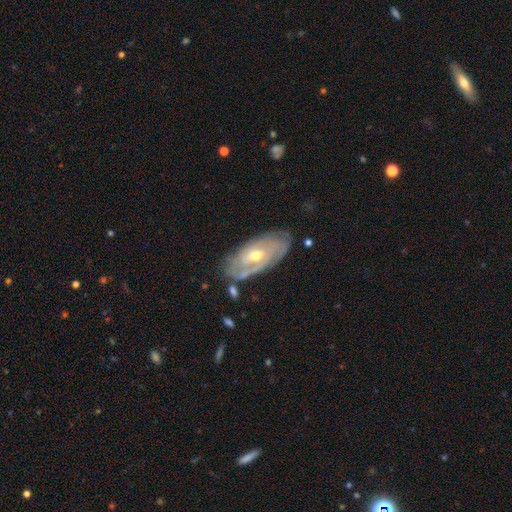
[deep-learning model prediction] Smooth or featured?
  - featured or disk: 79% *
  - smooth: 15%
  - star or artifact: 5%
Edge-on disk?
  - no: 91% *
  - yes: 9%
Bar?
  - no: 61% *
  - weak: 31%
  - strong: 7%
Spiral arms?
  - yes: 85% *
  - no: 15%
Spiral winding?
  - tight: 67% *
  - medium: 25%
  - loose: 8%
Spiral arm count?
  - can't tell: 44% *
  - 2: 31%
  - 3: 11%
  - 1: 6%
  - 4: 4%
  - more than 4: 3%
Bulge size?
  - moderate: 61% *
  - small: 34%
  - large: 2%
  - none: 1%
  - dominant: 1%
Merging?
  - none: 69% *
  - minor disturbance: 21%
  - major disturbance: 7%
  - merger: 4%